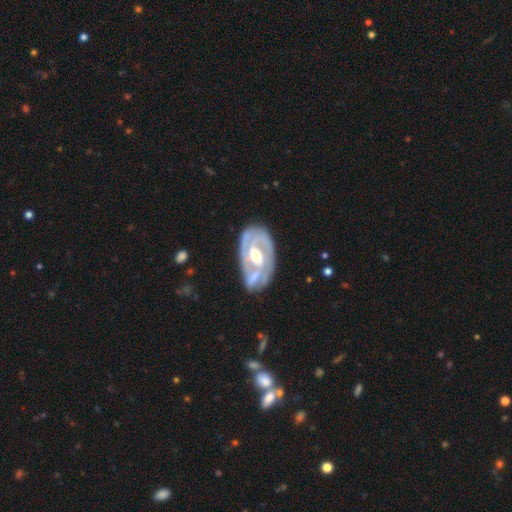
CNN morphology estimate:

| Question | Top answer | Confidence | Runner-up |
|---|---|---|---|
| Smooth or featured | featured or disk | 87% | smooth (9%) |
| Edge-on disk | no | 96% | yes (4%) |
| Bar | no | 40% | weak (39%) |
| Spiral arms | yes | 91% | no (9%) |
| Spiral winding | tight | 59% | medium (33%) |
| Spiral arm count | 2 | 57% | can't tell (18%) |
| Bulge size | moderate | 72% | small (16%) |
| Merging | none | 66% | minor disturbance (21%) |